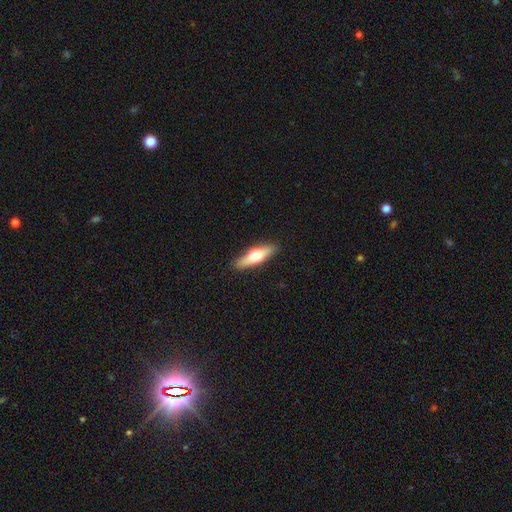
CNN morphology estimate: smooth 52%, featured or disk 42%, star or artifact 6%. Down the decision tree: how rounded — cigar-shaped (59%); merging — none (89%).